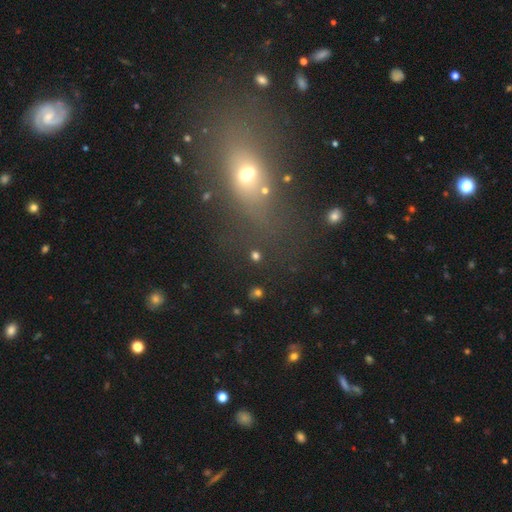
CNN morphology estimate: smooth-or-featured: smooth: 72% | star or artifact: 21% | featured or disk: 7%
  how-rounded: round: 78% | in between: 20% | cigar-shaped: 2%
  merging: none: 84% | minor disturbance: 8% | merger: 4% | major disturbance: 4%